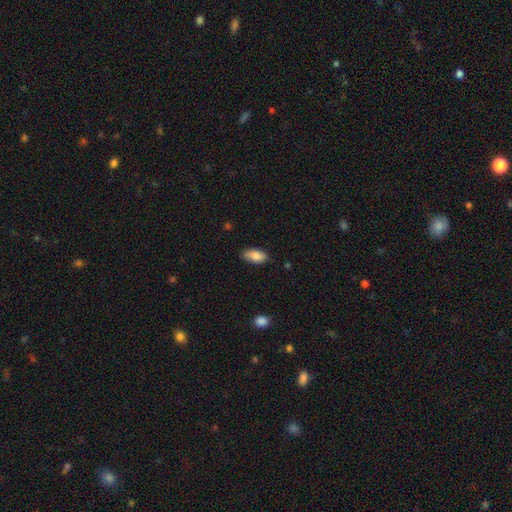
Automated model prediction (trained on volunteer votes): smooth_or_featured: smooth (p=0.83) [alt: featured or disk p=0.10]
how_rounded: in between (p=0.90) [alt: cigar-shaped p=0.07]
merging: none (p=0.79) [alt: minor disturbance p=0.17]